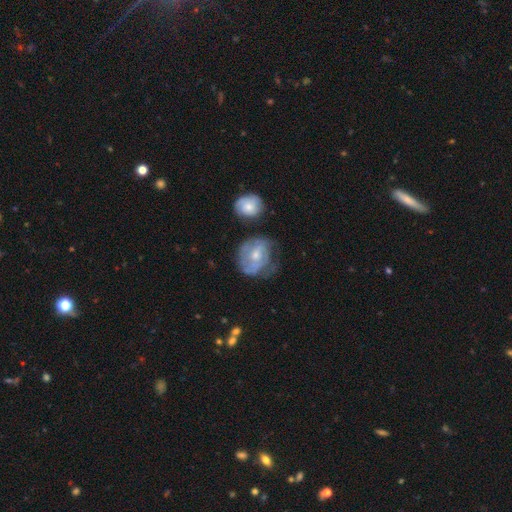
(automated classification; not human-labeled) Smooth or featured? Predicted: featured or disk (p=0.60). Edge-on disk? Predicted: no (p=0.97). Bar? Predicted: no (p=0.64). Spiral arms? Predicted: yes (p=0.61). Bulge size? Predicted: moderate (p=0.51). Merging? Predicted: none (p=0.45).